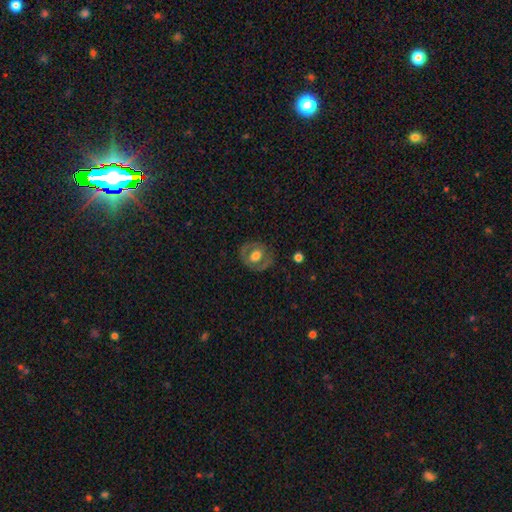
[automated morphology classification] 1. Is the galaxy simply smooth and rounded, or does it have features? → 47% featured or disk, 45% smooth, 7% star or artifact.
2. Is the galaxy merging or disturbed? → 76% none, 16% minor disturbance, 7% major disturbance, 1% merger.